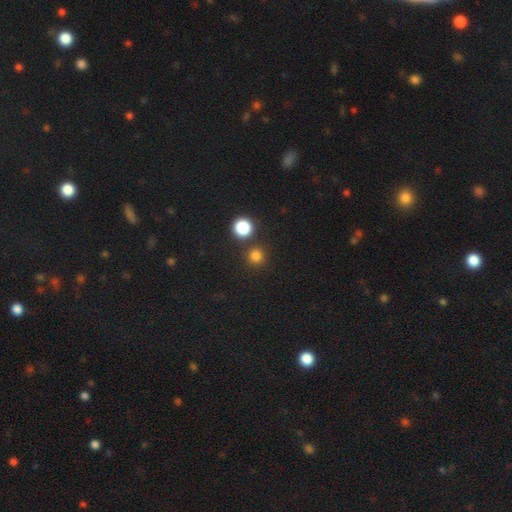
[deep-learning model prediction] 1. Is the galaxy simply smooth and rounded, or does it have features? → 78% smooth, 18% star or artifact, 4% featured or disk.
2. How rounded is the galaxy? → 93% round, 6% in between, 1% cigar-shaped.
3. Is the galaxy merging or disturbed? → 81% none, 10% merger, 6% minor disturbance, 3% major disturbance.